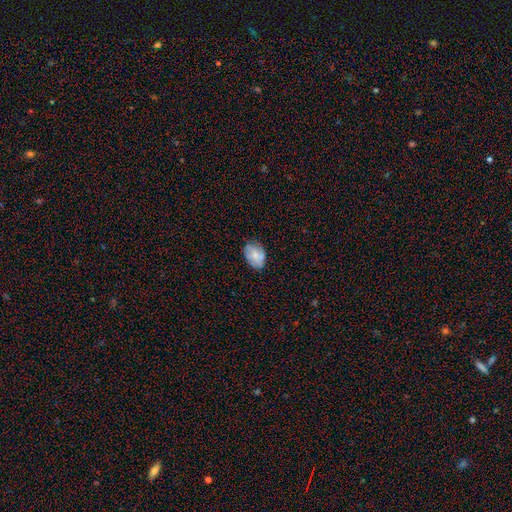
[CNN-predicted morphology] smooth-or-featured: smooth: 71% | featured or disk: 21% | star or artifact: 8%
  how-rounded: in between: 82% | round: 17% | cigar-shaped: 1%
  merging: none: 72% | minor disturbance: 22% | major disturbance: 4% | merger: 2%